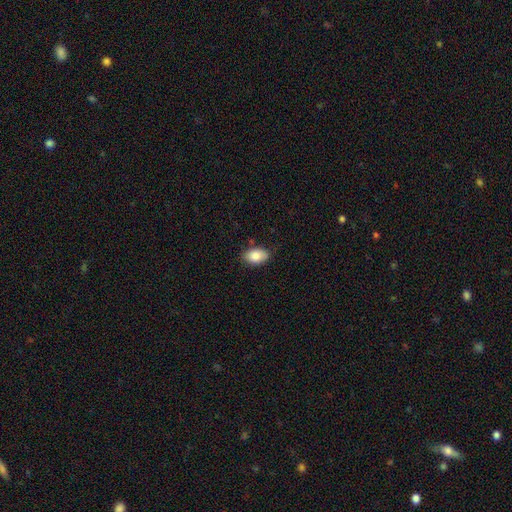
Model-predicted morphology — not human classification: This appears to be a smooth galaxy with no disk features (87%) that is in between round and cigar-shaped (90%). Merging: none (81%).